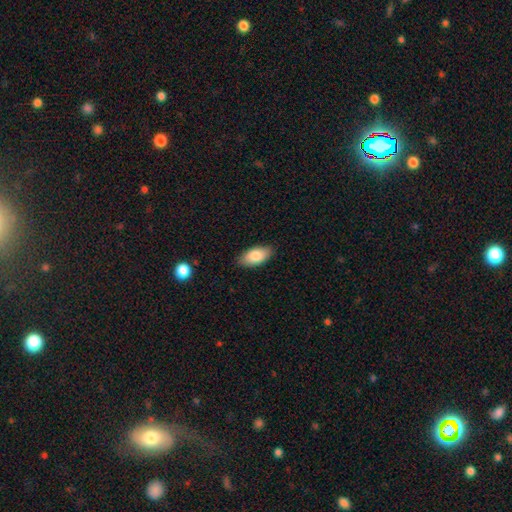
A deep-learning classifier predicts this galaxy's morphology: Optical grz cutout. It shows a smooth galaxy with no disk features (84%) that is in between round and cigar-shaped (93%). Merging: none (87%).